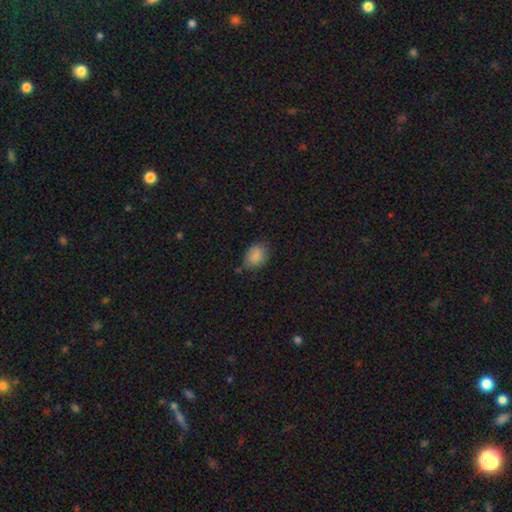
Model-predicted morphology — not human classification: type=smooth (86%); roundness=in between (69%); merging=none (69%).